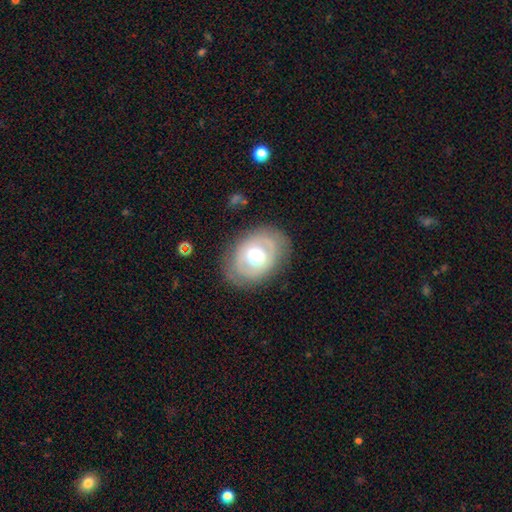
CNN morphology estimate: This appears to be a featured or disk galaxy (49%). Merging: none (78%).